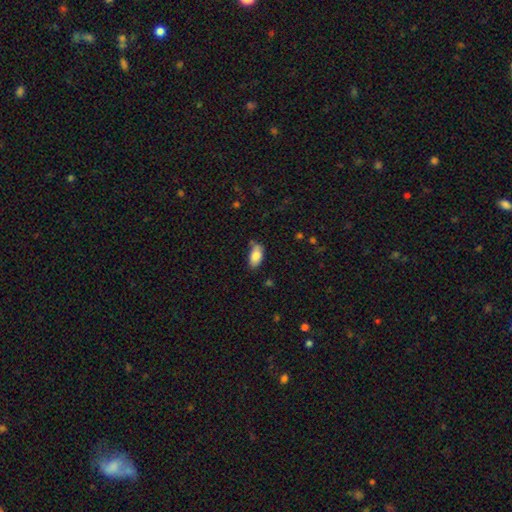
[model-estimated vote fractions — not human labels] Q: Smooth or featured?
A: smooth (83%); runner-up: featured or disk (9%)
Q: How rounded?
A: in between (93%); runner-up: cigar-shaped (5%)
Q: Merging?
A: none (64%); runner-up: minor disturbance (25%)